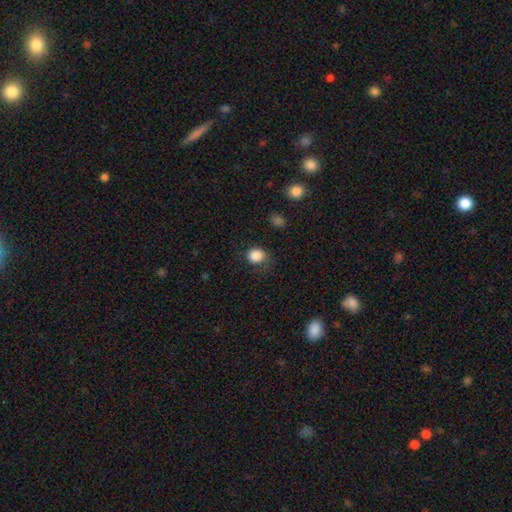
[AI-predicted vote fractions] smooth 86%, star or artifact 10%, featured or disk 4%. Down the decision tree: how rounded — round (73%); merging — none (66%).